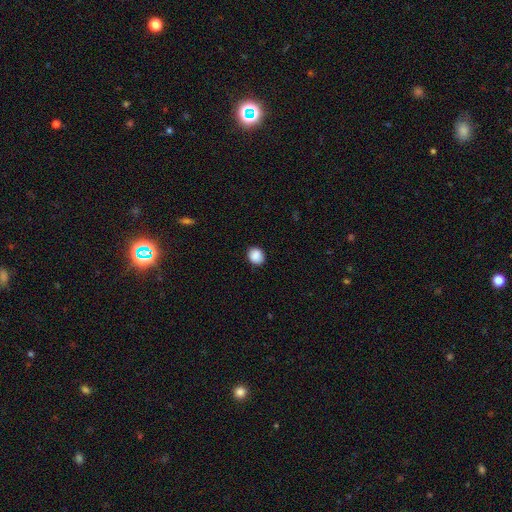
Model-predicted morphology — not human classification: The model was most divided on "how rounded": round: 67%, in between: 32%, cigar-shaped: 1%. More confident: smooth or featured — smooth (89%); merging — none (88%).